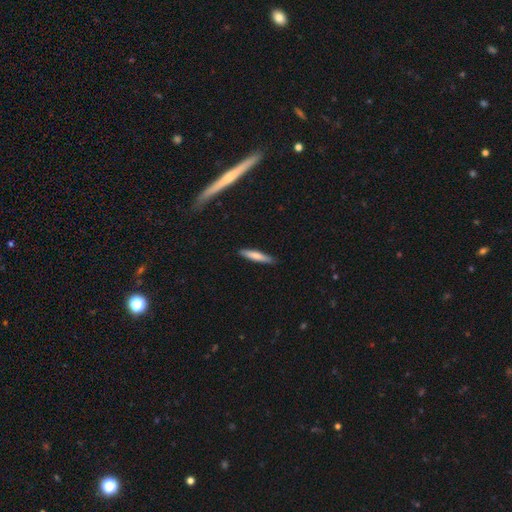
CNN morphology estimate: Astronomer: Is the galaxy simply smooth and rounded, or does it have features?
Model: smooth — 74%.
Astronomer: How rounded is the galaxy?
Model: cigar-shaped — 89%.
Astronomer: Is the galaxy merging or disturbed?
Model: none — 88%.